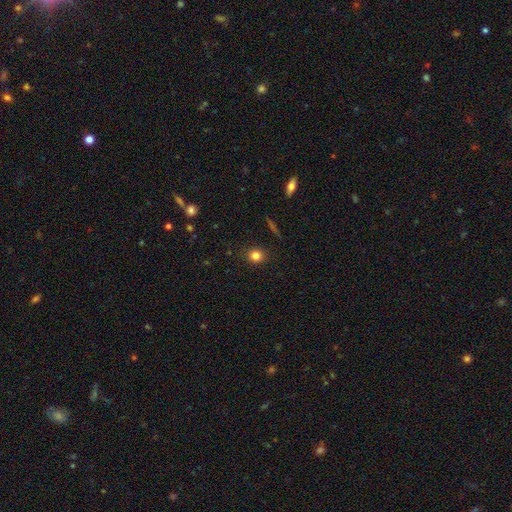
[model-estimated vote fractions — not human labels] Smooth or featured: smooth — 81% (star or artifact — 13%)
How rounded: round — 81% (in between — 17%)
Merging: none — 88% (minor disturbance — 8%)